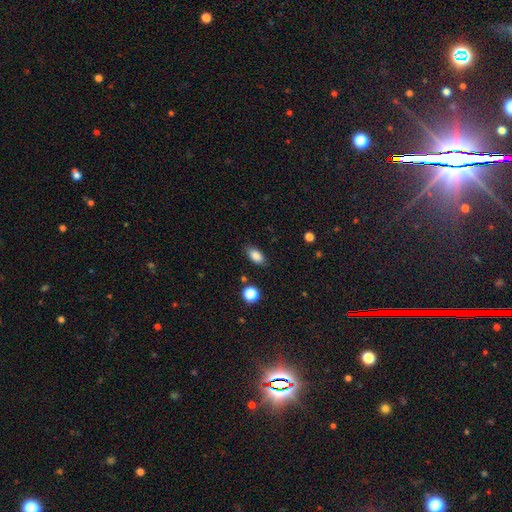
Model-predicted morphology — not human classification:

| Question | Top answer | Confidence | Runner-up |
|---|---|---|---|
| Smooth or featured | smooth | 85% | star or artifact (9%) |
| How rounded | in between | 88% | round (7%) |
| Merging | none | 85% | minor disturbance (11%) |